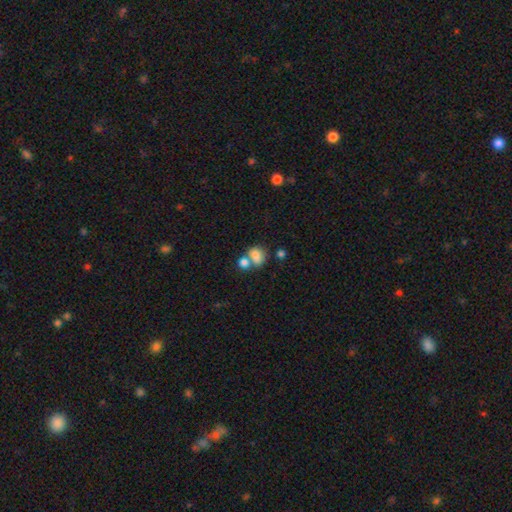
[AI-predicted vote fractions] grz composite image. It shows a smooth galaxy with no disk features (78%) that is in between round and cigar-shaped (56%). Merging: merger (49%).